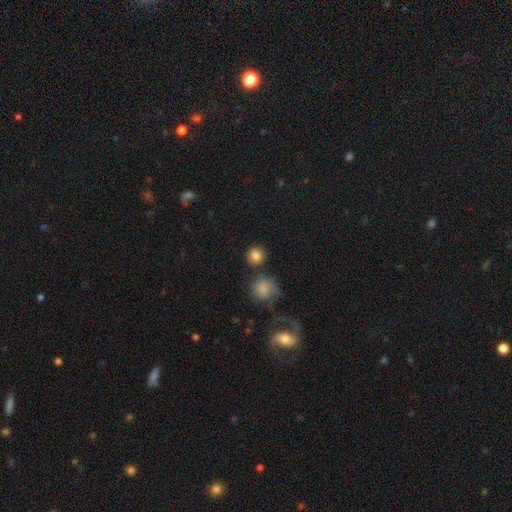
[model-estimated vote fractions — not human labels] A smooth galaxy with no disk features (85%) that is round (91%). Merging: none (79%).